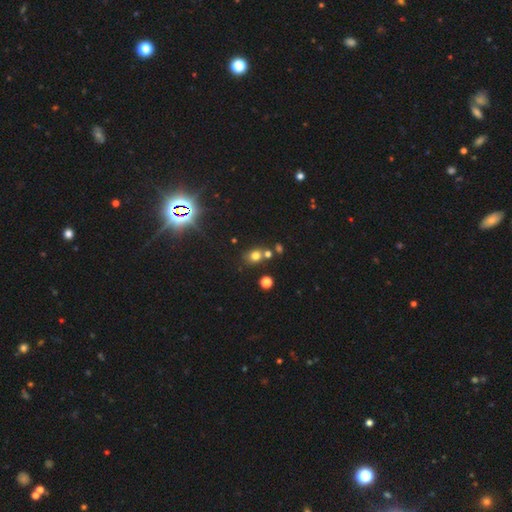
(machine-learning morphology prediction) smooth 69%, star or artifact 21%, featured or disk 9%. Down the decision tree: how rounded — round (63%); merging — none (65%).